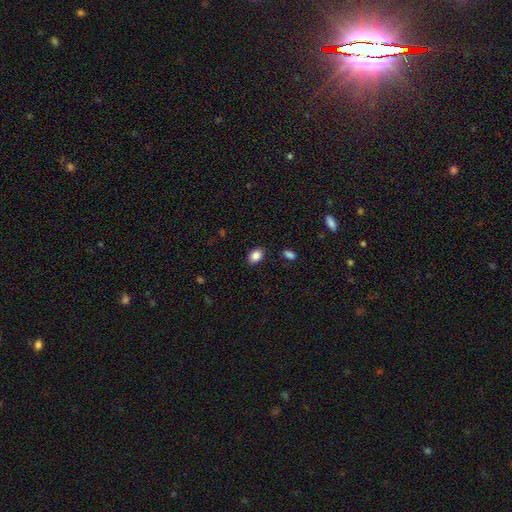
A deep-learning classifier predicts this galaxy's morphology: The model was most divided on "how rounded": in between: 77%, round: 22%, cigar-shaped: 1%. More confident: merging — none (87%); smooth or featured — smooth (87%).